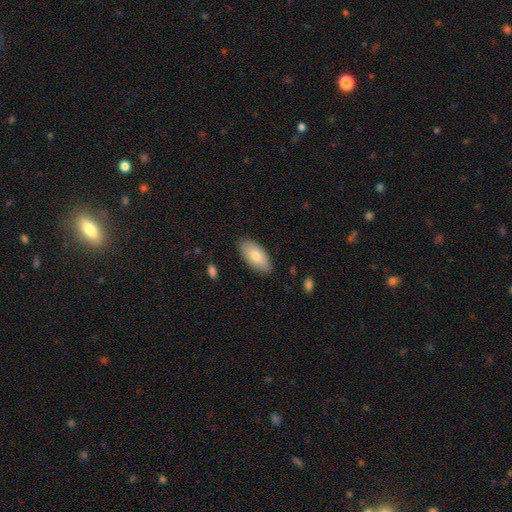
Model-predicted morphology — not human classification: A smooth galaxy with no disk features (77%) that is in between round and cigar-shaped (92%). Merging: none (86%).